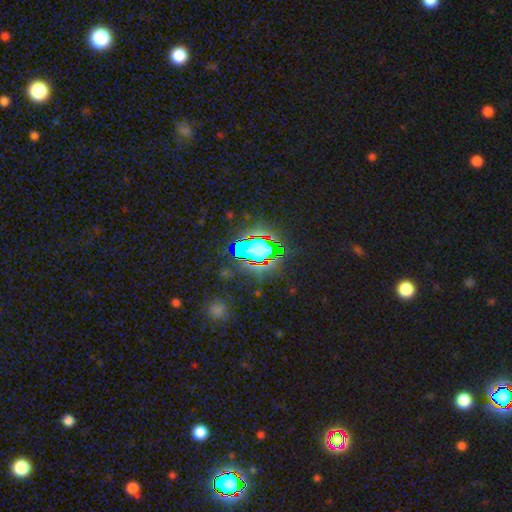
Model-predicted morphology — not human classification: smooth-or-featured: star or artifact: 82% | smooth: 11% | featured or disk: 7%